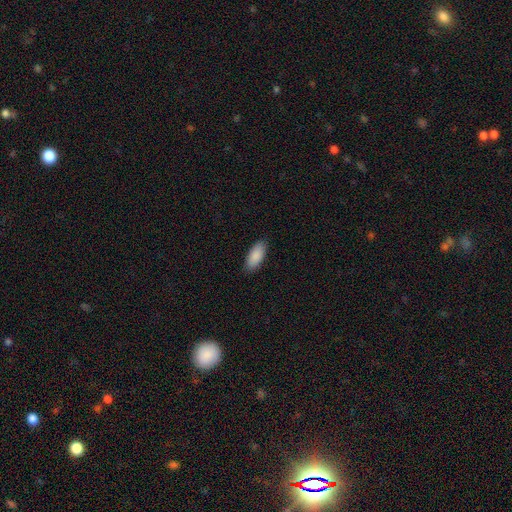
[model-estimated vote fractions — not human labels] Smooth or featured? smooth (90%)
How rounded? in between (86%)
Merging? none (89%)